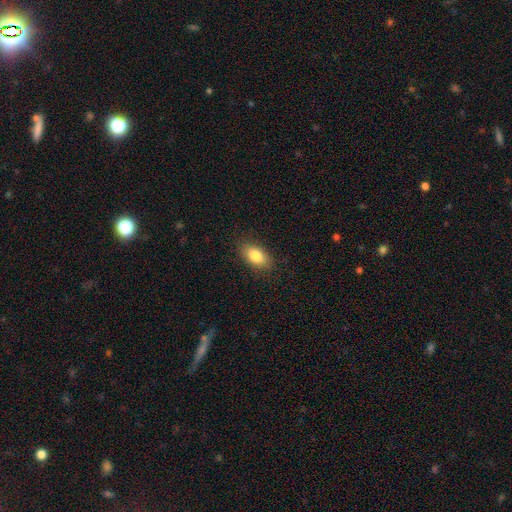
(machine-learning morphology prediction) type=smooth (84%); roundness=in between (91%); merging=none (86%).